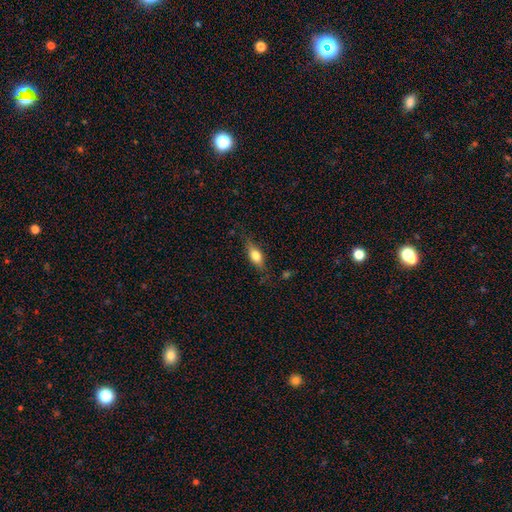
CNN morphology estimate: smooth-or-featured: smooth: 69% | featured or disk: 23% | star or artifact: 8%
  how-rounded: in between: 72% | cigar-shaped: 23% | round: 5%
  merging: none: 72% | minor disturbance: 20% | major disturbance: 6% | merger: 2%